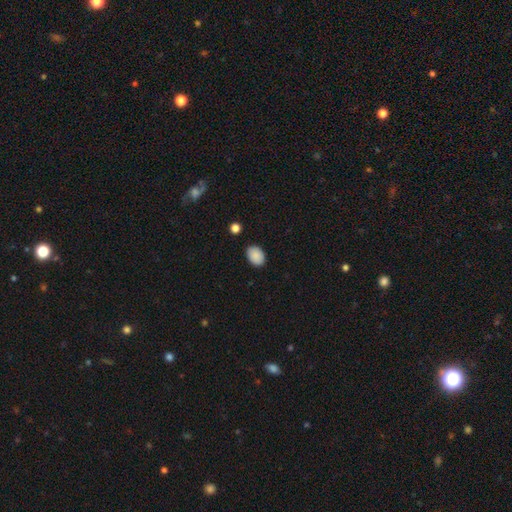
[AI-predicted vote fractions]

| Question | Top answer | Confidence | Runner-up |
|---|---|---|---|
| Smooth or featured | smooth | 89% | star or artifact (7%) |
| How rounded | in between | 81% | round (18%) |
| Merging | none | 87% | minor disturbance (10%) |